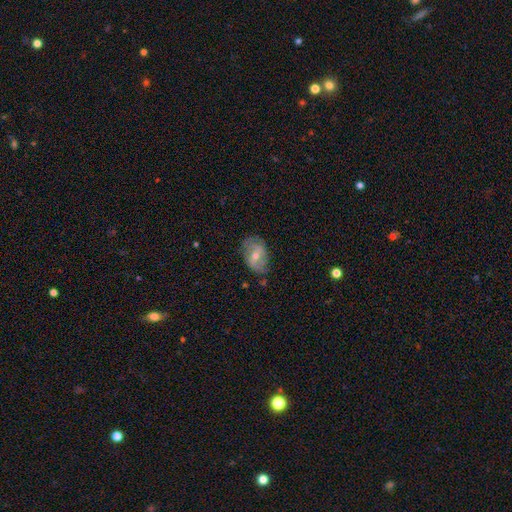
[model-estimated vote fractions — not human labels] A featured or disk galaxy (63%) with a weak bar (49%), spiral arms (75%) and a moderate central bulge (52%).

Vote fractions:
- Smooth or featured? featured or disk: 63% / smooth: 27% / star or artifact: 10%
- Edge-on disk? no: 94% / yes: 6%
- Bar? weak: 49% / no: 32% / strong: 19%
- Spiral arms? yes: 75% / no: 25%
- Bulge size? moderate: 52% / small: 43% / large: 2% / none: 2% / dominant: 1%
- Merging? none: 71% / minor disturbance: 21% / major disturbance: 6% / merger: 2%